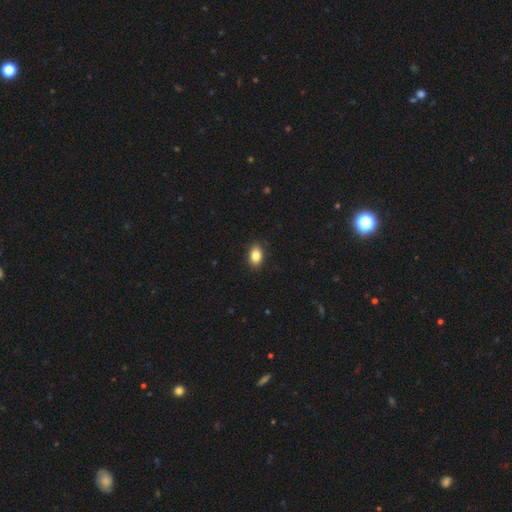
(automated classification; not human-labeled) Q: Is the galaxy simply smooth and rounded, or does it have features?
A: smooth — 85%.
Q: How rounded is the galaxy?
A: in between — 83%.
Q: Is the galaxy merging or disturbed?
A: none — 89%.